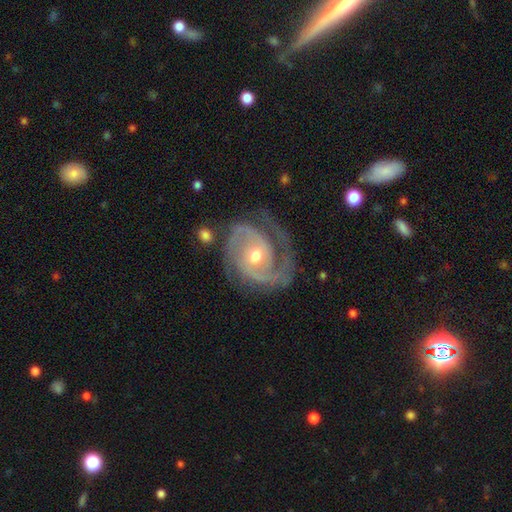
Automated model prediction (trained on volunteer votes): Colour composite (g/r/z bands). It shows a featured or disk galaxy (91%) with no bar (63%), 2 (66%) tight (54%) spiral arms (97%) and a moderate central bulge (70%). Merging: none (66%).